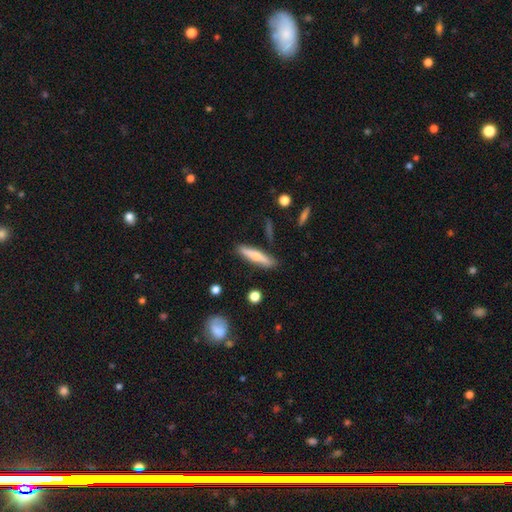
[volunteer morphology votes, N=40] Smooth or featured? 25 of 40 (62%) said smooth. How rounded? 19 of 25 (76%) said cigar-shaped. Merging? 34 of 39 (87%) said none.